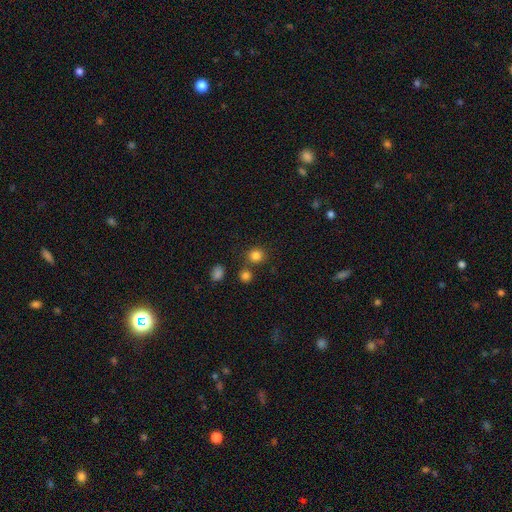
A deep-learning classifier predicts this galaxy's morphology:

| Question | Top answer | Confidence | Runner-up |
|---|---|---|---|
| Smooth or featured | smooth | 82% | star or artifact (13%) |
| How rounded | round | 89% | in between (10%) |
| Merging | none | 76% | merger (13%) |